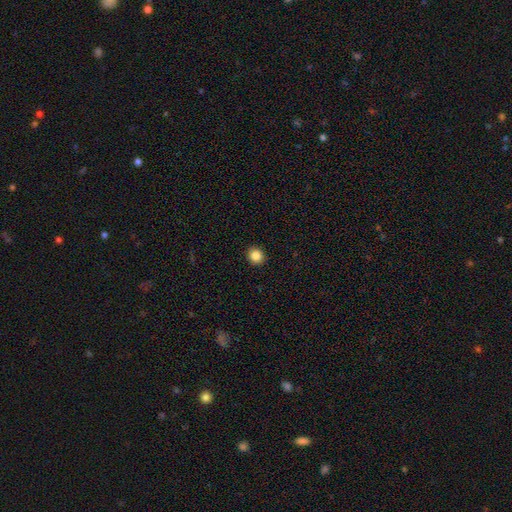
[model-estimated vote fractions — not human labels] smooth_or_featured: smooth (p=0.86) [alt: star or artifact p=0.10]
how_rounded: round (p=0.87) [alt: in between p=0.12]
merging: none (p=0.93) [alt: minor disturbance p=0.05]